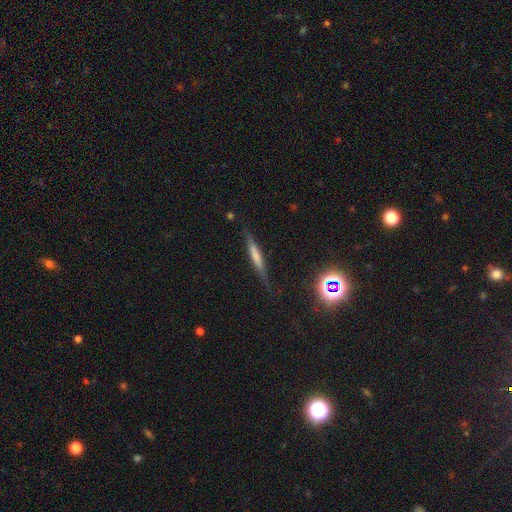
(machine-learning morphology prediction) type=smooth (49%); merging=none (79%).